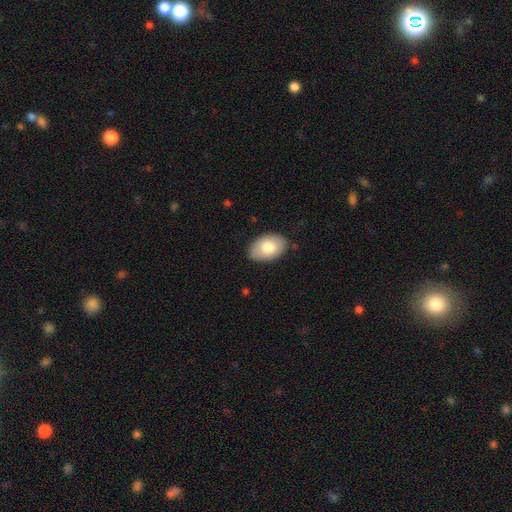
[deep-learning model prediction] Overall: smooth (67%). How rounded: in between (82%). Merging: none (85%).